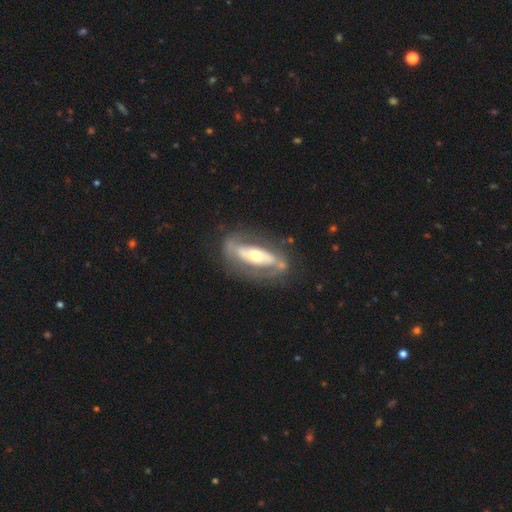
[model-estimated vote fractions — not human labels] smooth_or_featured: featured or disk (p=0.73) [alt: smooth p=0.22]
disk_edge_on: no (p=0.82) [alt: yes p=0.18]
bar: no (p=0.44) [alt: strong p=0.38]
has_spiral_arms: yes (p=0.53) [alt: no p=0.47]
bulge_size: moderate (p=0.64) [alt: small p=0.21]
merging: none (p=0.72) [alt: minor disturbance p=0.16]